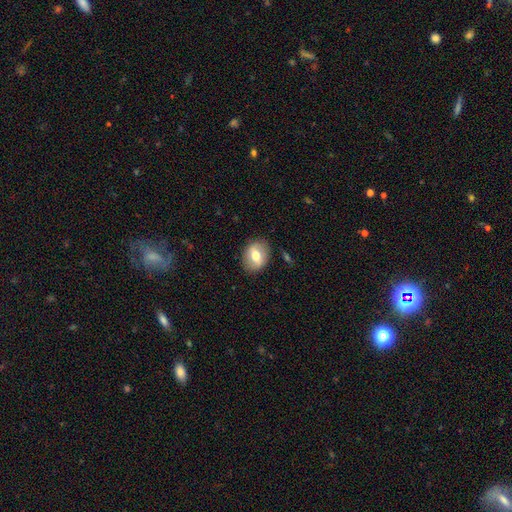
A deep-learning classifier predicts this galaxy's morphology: Q: Smooth or featured?
A: smooth (58%); runner-up: featured or disk (34%)
Q: How rounded?
A: in between (51%); runner-up: round (47%)
Q: Merging?
A: none (85%); runner-up: minor disturbance (10%)